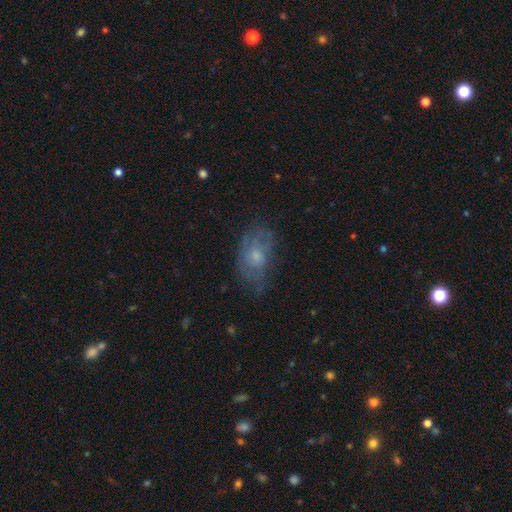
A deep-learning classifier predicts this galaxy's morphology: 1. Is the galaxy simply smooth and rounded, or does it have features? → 49% smooth, 42% featured or disk, 10% star or artifact.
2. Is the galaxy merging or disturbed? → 54% none, 28% minor disturbance, 16% major disturbance, 2% merger.